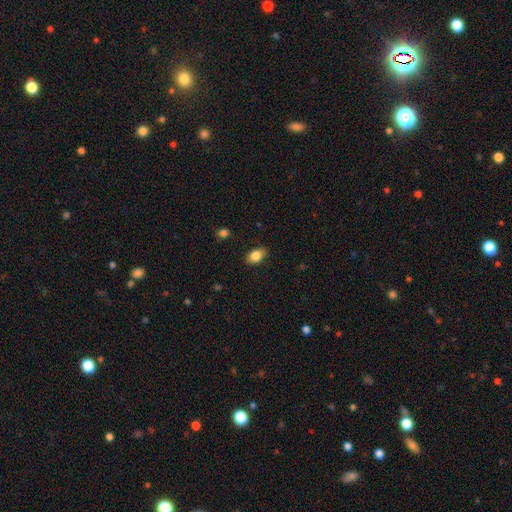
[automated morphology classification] Smooth or featured? Predicted: smooth (p=0.82). How rounded? Predicted: in between (p=0.84). Merging? Predicted: none (p=0.82).